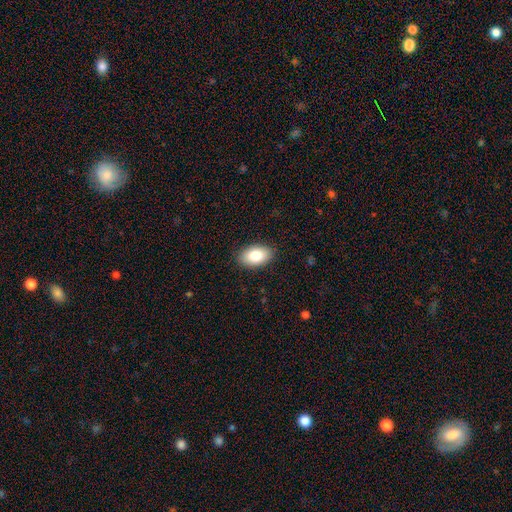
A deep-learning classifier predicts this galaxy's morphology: The model was most divided on "smooth or featured": smooth: 84%, featured or disk: 9%, star or artifact: 7%. More confident: how rounded — in between (93%); merging — none (88%).